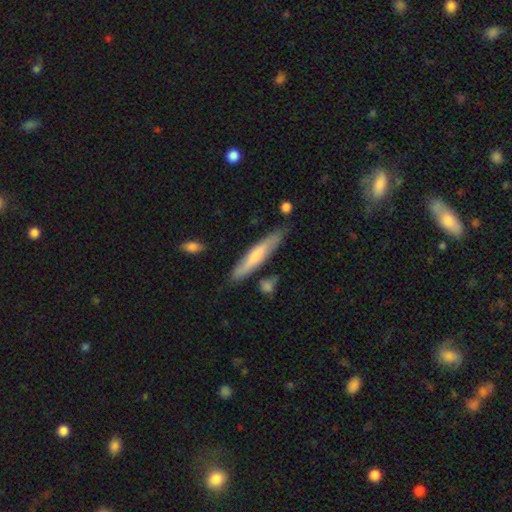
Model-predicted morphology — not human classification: Smooth or featured: smooth — 57% (featured or disk — 37%)
How rounded: cigar-shaped — 89% (in between — 10%)
Merging: none — 78% (minor disturbance — 16%)